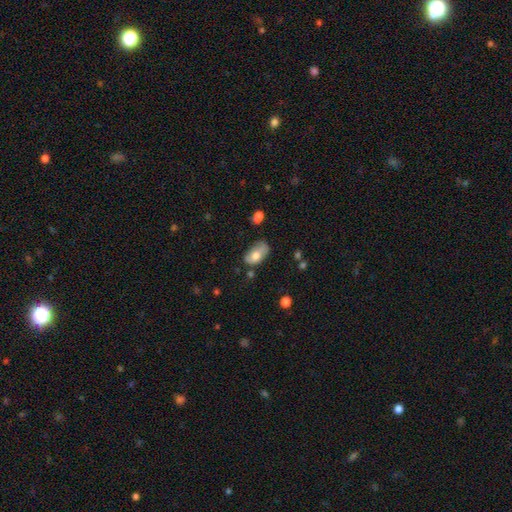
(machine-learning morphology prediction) smooth_or_featured: smooth (p=0.66) [alt: featured or disk p=0.27]
how_rounded: in between (p=0.92) [alt: round p=0.05]
merging: none (p=0.50) [alt: minor disturbance p=0.33]